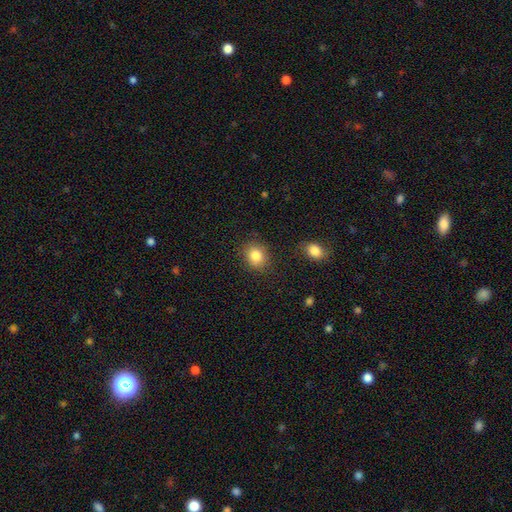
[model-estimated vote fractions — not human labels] Smooth or featured? smooth (84%)
How rounded? round (65%)
Merging? none (85%)